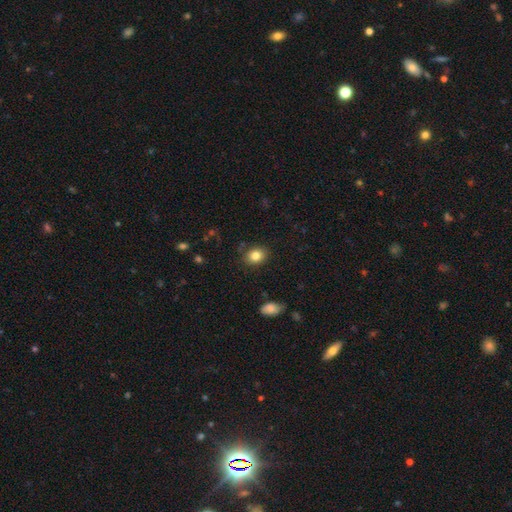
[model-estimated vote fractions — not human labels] The model was most divided on "how rounded": in between: 50%, round: 49%, cigar-shaped: 1%. More confident: merging — none (85%); smooth or featured — smooth (83%).